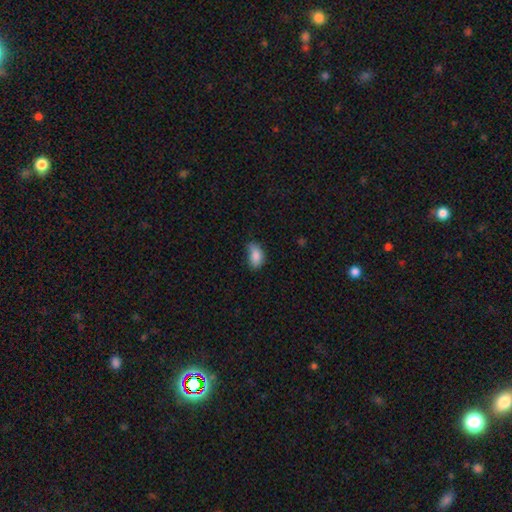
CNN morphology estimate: type=smooth (85%); roundness=in between (90%); merging=none (45%).